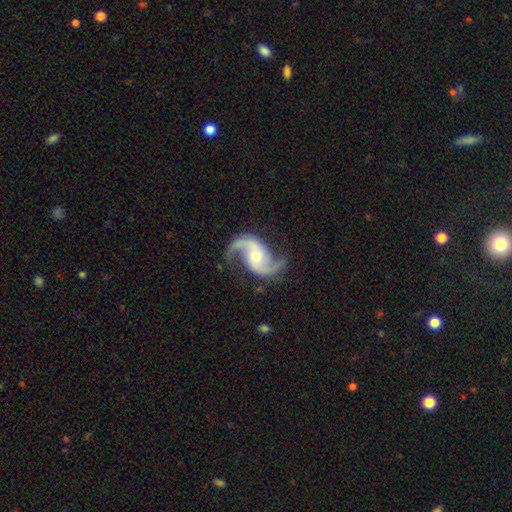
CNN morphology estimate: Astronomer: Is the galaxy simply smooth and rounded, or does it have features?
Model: featured or disk — 93%.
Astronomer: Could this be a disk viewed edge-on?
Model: no — 98%.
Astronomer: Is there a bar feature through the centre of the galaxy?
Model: no — 49% (runner-up: weak, 39%).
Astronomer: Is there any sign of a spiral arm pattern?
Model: yes — 98%.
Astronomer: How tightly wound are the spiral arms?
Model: loose — 52% (runner-up: medium, 41%).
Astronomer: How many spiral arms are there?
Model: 2 — 94%.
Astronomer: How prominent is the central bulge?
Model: moderate — 57% (runner-up: small, 33%).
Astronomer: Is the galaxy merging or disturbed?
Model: none — 80%.